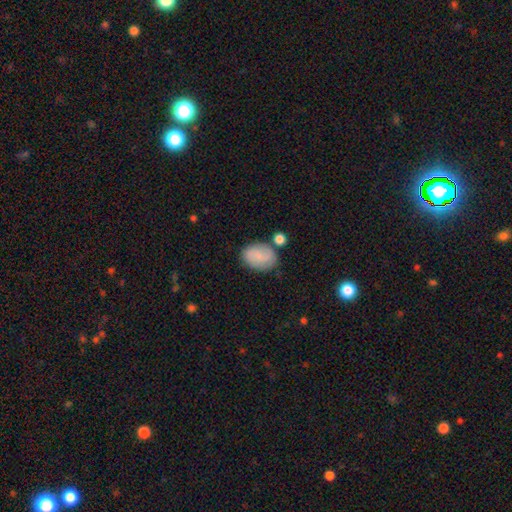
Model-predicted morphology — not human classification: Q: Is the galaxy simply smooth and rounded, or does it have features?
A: smooth — 71%.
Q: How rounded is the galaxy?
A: in between — 74%.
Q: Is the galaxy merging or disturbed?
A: none — 65%.